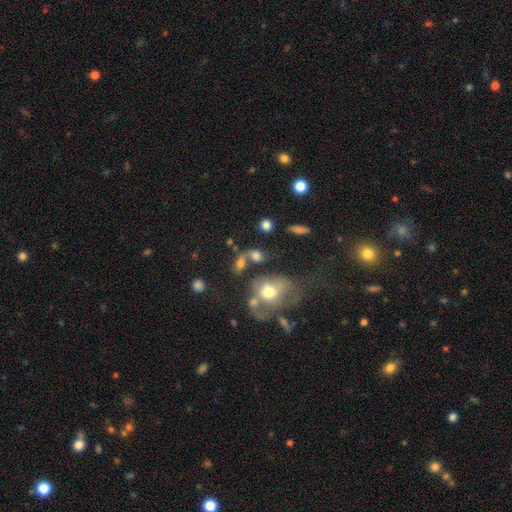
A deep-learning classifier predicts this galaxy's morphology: This appears to be a smooth galaxy with no disk features (63%) that is in between round and cigar-shaped (61%). Merging: merger (38%).